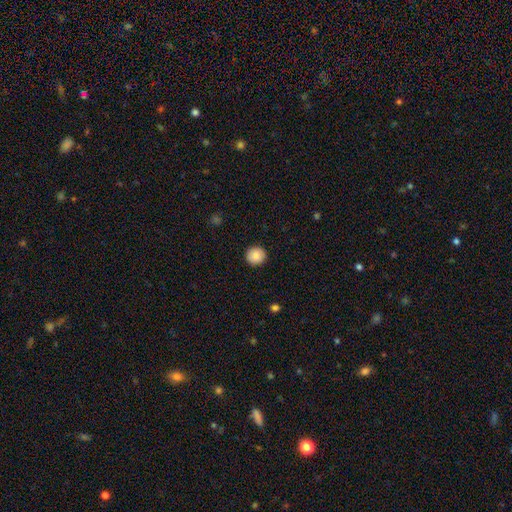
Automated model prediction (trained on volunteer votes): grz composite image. It shows a smooth galaxy with no disk features (87%) that is round (92%). Merging: none (91%).